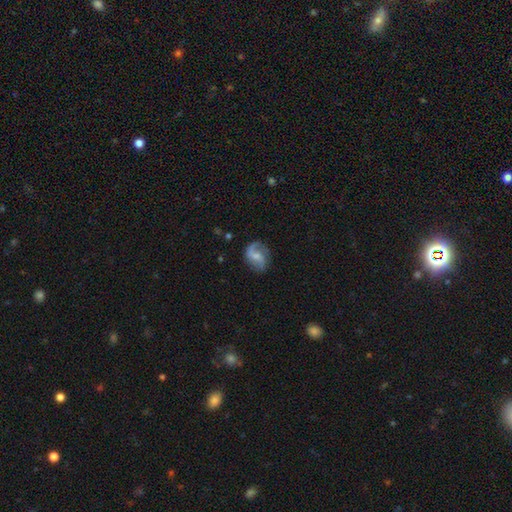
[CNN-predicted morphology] A featured or disk galaxy (77%) with a weak bar (49%), 2 (84%) loose (51%) spiral arms (95%) and a small central bulge (47%). Merging: none (70%).